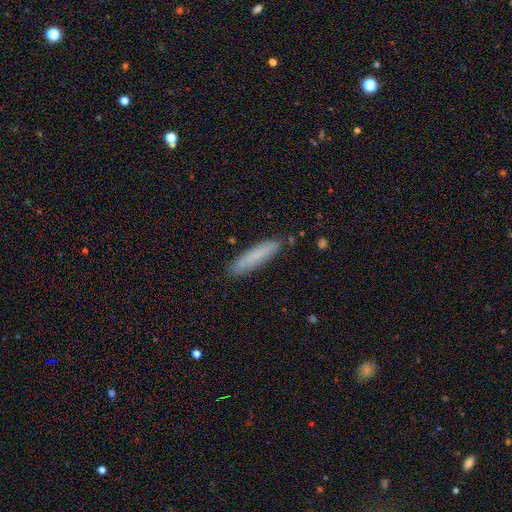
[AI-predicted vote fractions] smooth_or_featured: smooth (p=0.79) [alt: featured or disk p=0.14]
how_rounded: cigar-shaped (p=0.87) [alt: in between p=0.12]
merging: none (p=0.86) [alt: minor disturbance p=0.10]